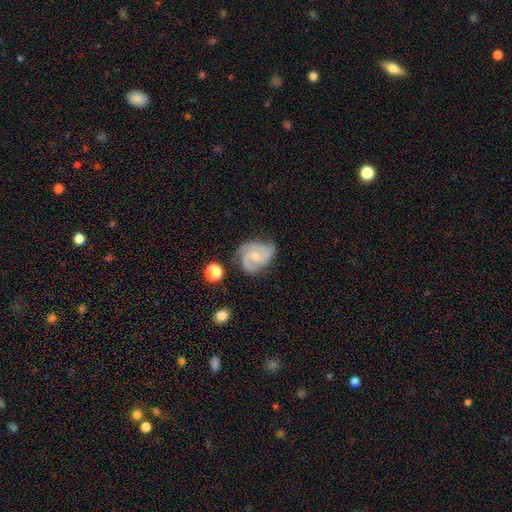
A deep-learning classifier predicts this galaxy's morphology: Overall: featured or disk (79%). Edge-on disk: no (98%). Bar: no (63%; weak 32%). Spiral arms: yes (95%). Spiral arm count: 2 (53%; 3 26%). Spiral winding: medium (46%; tight 40%). Bulge size: small (54%; moderate 39%). Merging: none (61%; minor disturbance 26%).